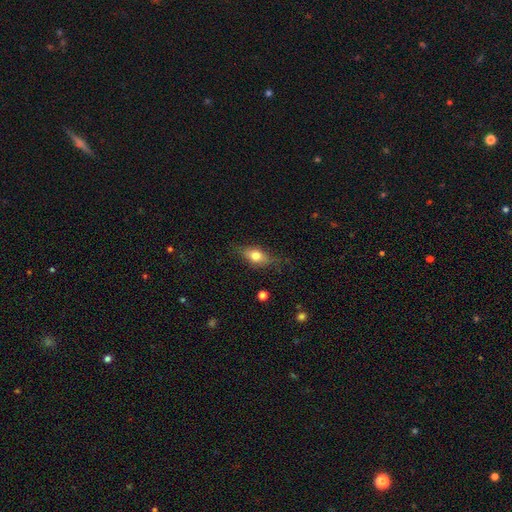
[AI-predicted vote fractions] smooth_or_featured: smooth (p=0.66) [alt: featured or disk p=0.26]
how_rounded: in between (p=0.75) [alt: cigar-shaped p=0.16]
merging: none (p=0.73) [alt: minor disturbance p=0.20]